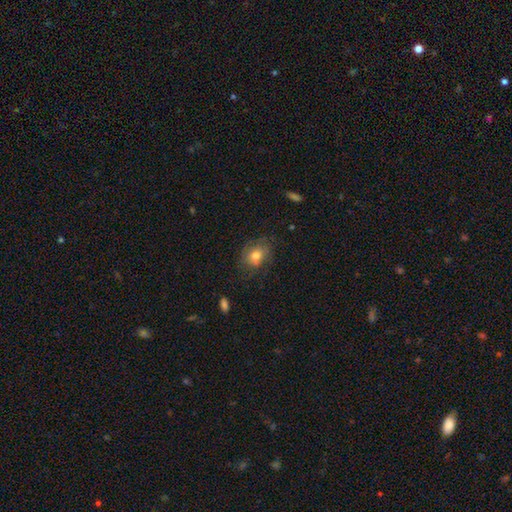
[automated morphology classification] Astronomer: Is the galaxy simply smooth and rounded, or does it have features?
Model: smooth — 68%.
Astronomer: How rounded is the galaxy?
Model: in between — 53% (runner-up: round, 46%).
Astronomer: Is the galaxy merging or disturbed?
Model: none — 63%.